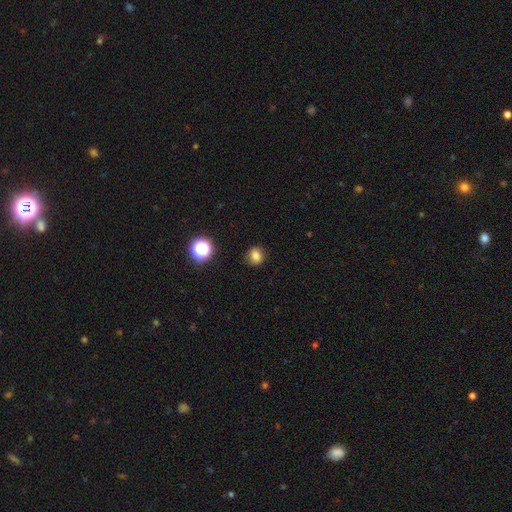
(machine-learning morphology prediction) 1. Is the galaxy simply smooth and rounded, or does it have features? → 80% smooth, 14% star or artifact, 6% featured or disk.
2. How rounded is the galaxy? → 72% round, 27% in between, 1% cigar-shaped.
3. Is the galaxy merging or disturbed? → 87% none, 9% minor disturbance, 2% major disturbance, 1% merger.